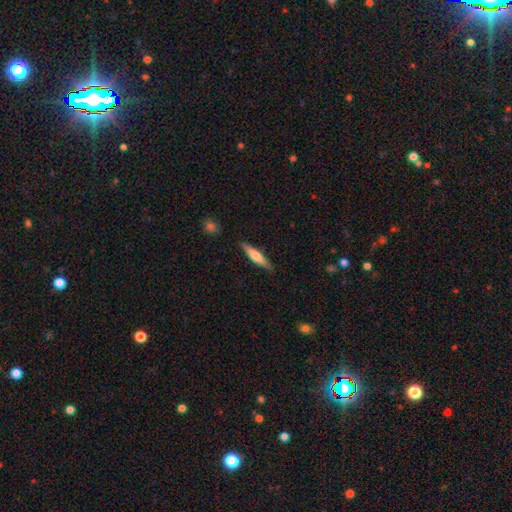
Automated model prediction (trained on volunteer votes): smooth-or-featured: smooth: 51% | featured or disk: 44% | star or artifact: 6%
  how-rounded: cigar-shaped: 84% | in between: 15% | round: 2%
  merging: none: 87% | minor disturbance: 9% | major disturbance: 2% | merger: 1%